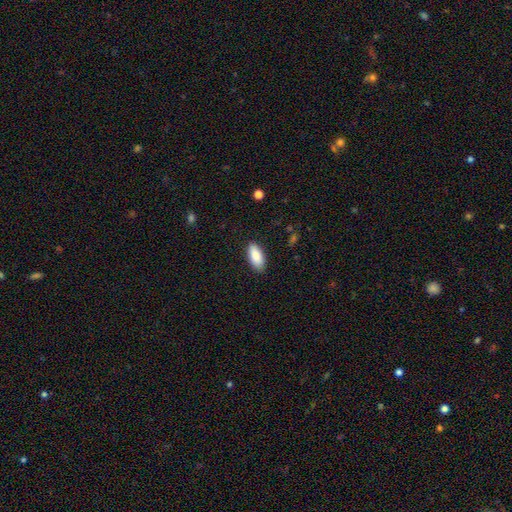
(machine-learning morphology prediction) The model was most divided on "merging": none: 86%, minor disturbance: 10%, major disturbance: 2%, merger: 1%. More confident: smooth or featured — smooth (88%); how rounded — in between (88%).